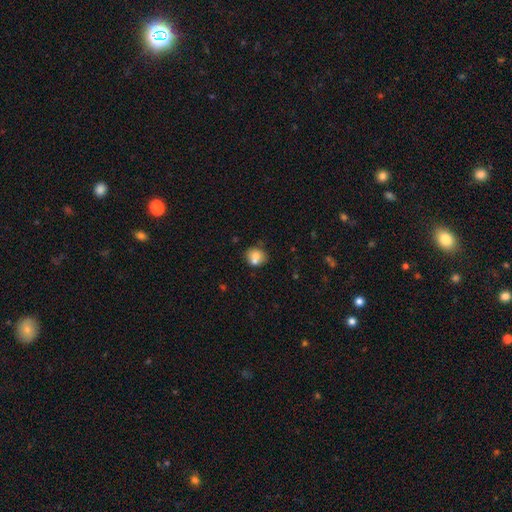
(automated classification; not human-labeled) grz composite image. It shows a smooth galaxy with no disk features (75%) that is round (71%). Merging: none (50%).